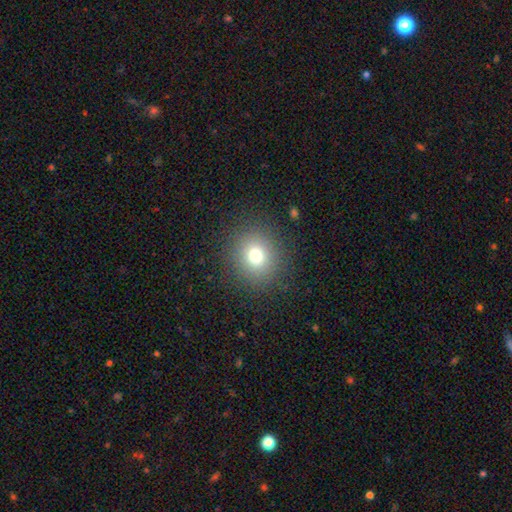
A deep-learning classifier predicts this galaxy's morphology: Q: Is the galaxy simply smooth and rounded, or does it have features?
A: smooth — 75%.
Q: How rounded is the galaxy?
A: round — 89%.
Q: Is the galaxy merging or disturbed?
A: none — 89%.